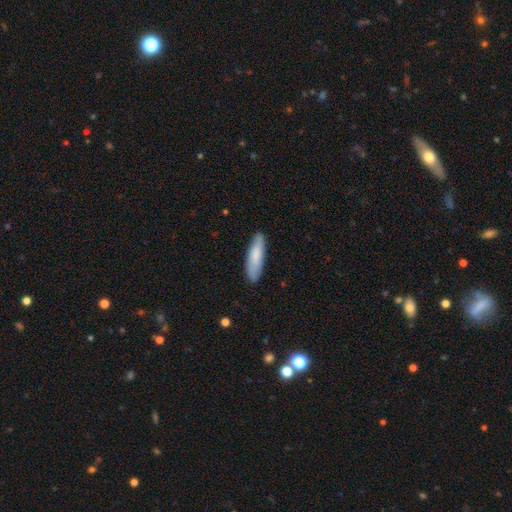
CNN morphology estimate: The model was most divided on "how rounded": cigar-shaped: 65%, in between: 33%, round: 1%. More confident: merging — none (85%); smooth or featured — smooth (81%).